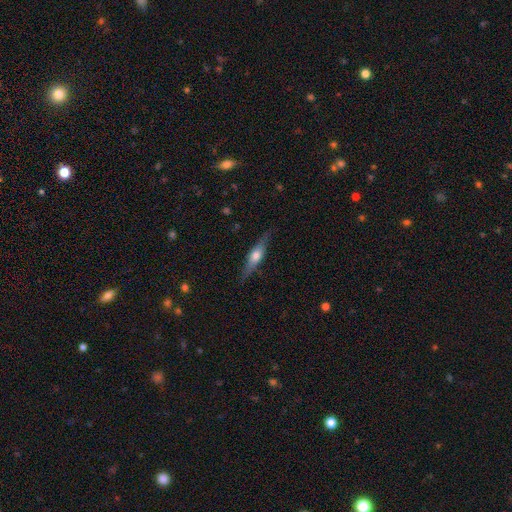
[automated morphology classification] Overall: featured or disk (60%; smooth 34%). Edge-on disk: yes (94%). Edge-on bulge: rounded (89%). Merging: none (84%).